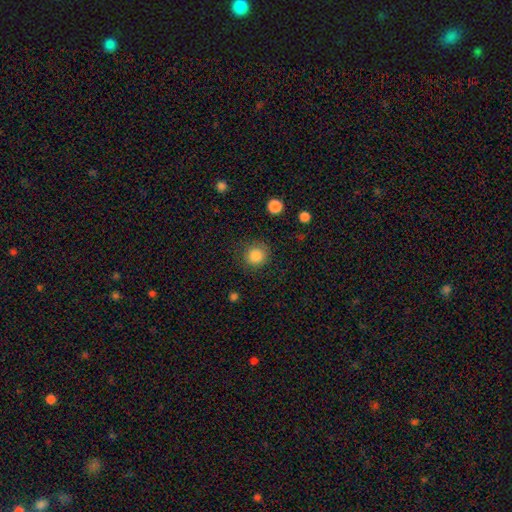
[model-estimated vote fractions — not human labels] smooth 85%, star or artifact 10%, featured or disk 5%. Down the decision tree: how rounded — round (92%); merging — none (85%).